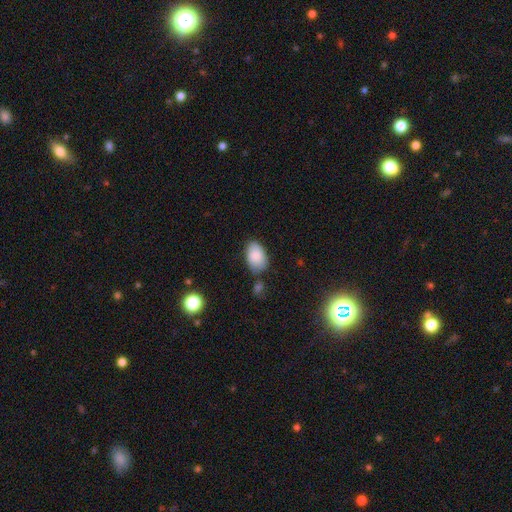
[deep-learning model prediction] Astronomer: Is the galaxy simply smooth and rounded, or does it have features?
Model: smooth — 87%.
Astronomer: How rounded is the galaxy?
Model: in between — 92%.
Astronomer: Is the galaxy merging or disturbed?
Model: none — 67%.